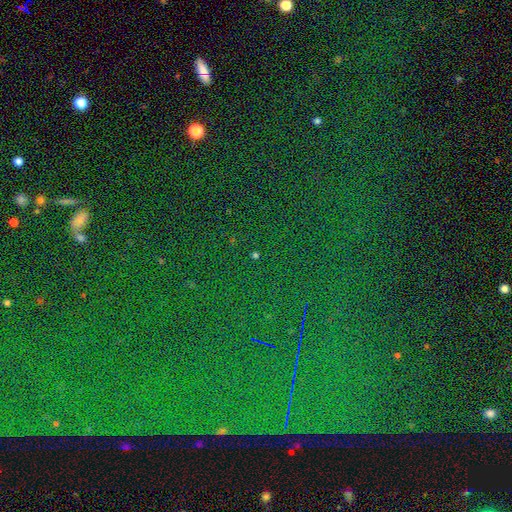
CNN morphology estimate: Smooth or featured? Predicted: star or artifact (p=0.79).